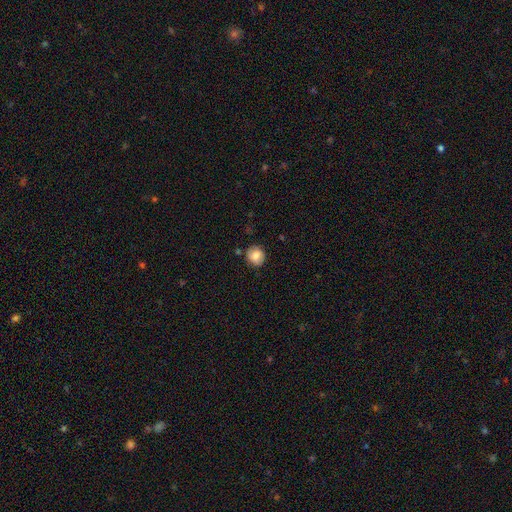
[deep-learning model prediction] smooth 76%, featured or disk 15%, star or artifact 9%. Down the decision tree: how rounded — round (81%); merging — none (80%).